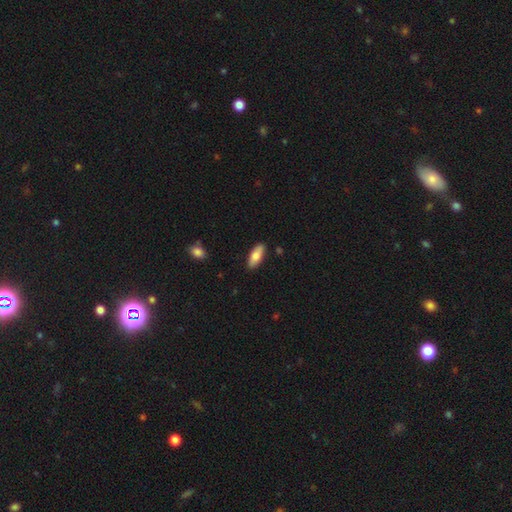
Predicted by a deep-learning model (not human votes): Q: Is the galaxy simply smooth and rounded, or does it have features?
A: smooth — 78%.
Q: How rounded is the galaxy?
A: in between — 74%.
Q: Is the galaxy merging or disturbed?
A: none — 88%.